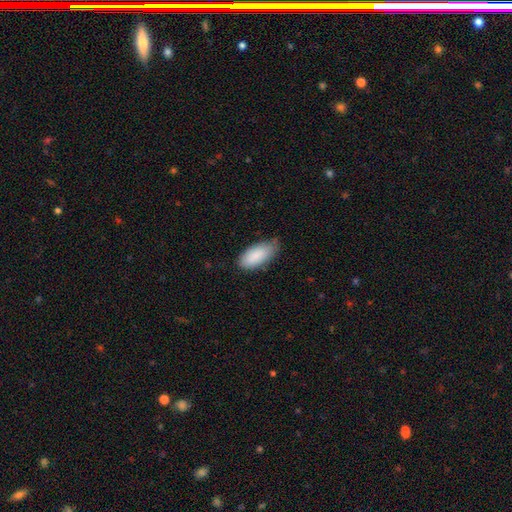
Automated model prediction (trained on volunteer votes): smooth 87%, featured or disk 7%, star or artifact 6%. Down the decision tree: how rounded — in between (92%); merging — none (64%).